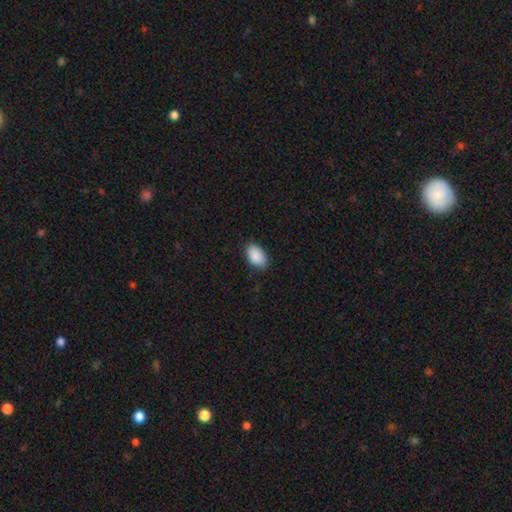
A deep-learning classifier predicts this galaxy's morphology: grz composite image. It shows a smooth galaxy with no disk features (90%) that is in between round and cigar-shaped (93%). Merging: none (85%).